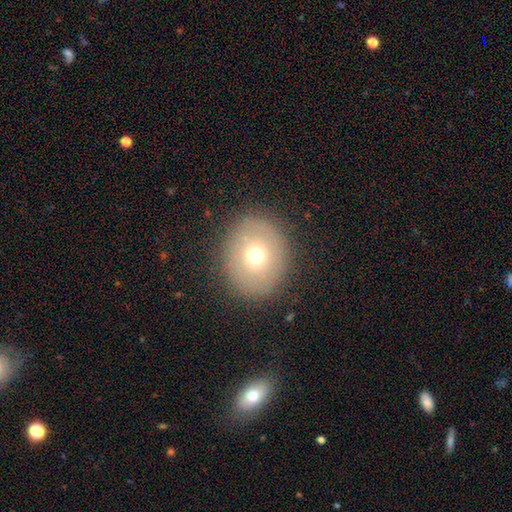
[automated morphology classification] Smooth or featured? Predicted: smooth (p=0.68). How rounded? Predicted: round (p=0.74). Merging? Predicted: none (p=0.87).